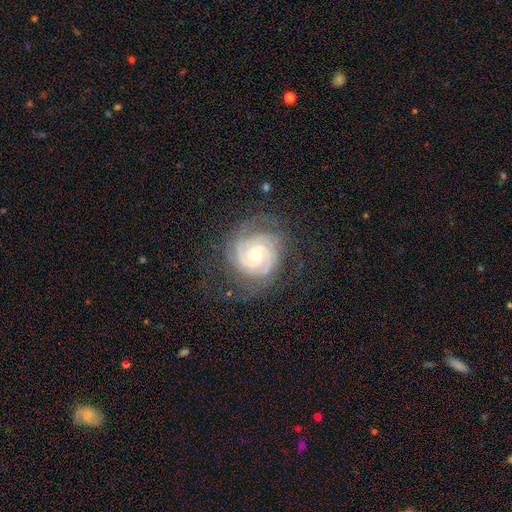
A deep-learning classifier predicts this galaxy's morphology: smooth_or_featured: featured or disk (p=0.89) [alt: smooth p=0.05]
disk_edge_on: no (p=0.98) [alt: yes p=0.02]
bar: no (p=0.67) [alt: weak p=0.26]
has_spiral_arms: yes (p=0.98) [alt: no p=0.02]
spiral_winding: tight (p=0.77) [alt: medium p=0.20]
spiral_arm_count: 2 (p=0.44) [alt: 3 p=0.24]
bulge_size: moderate (p=0.55) [alt: small p=0.41]
merging: none (p=0.73) [alt: minor disturbance p=0.17]